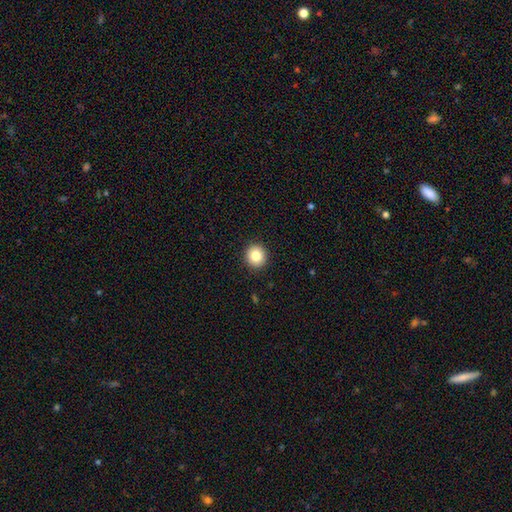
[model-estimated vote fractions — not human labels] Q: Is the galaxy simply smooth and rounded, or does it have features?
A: smooth — 84%.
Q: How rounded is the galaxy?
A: round — 92%.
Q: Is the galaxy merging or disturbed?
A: none — 92%.